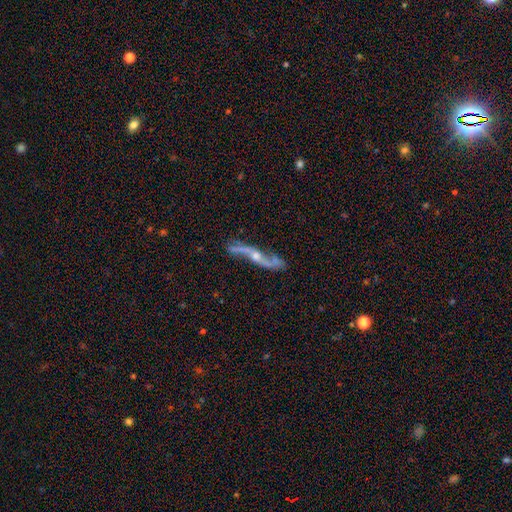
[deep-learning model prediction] smooth-or-featured: featured or disk: 86% | smooth: 8% | star or artifact: 6%
  disk-edge-on: no: 67% | yes: 33%
    bar: no: 58% | weak: 28% | strong: 14%
    has-spiral-arms: yes: 93% | no: 7%
      spiral-winding: loose: 87% | medium: 9% | tight: 4%
      spiral-arm-count: 2: 92% | can't tell: 2% | 1: 2% | 3: 1% | 4: 1% | more than 4: 1%
    bulge-size: moderate: 47% | small: 43% | none: 5% | large: 3% | dominant: 1%
  merging: none: 68% | minor disturbance: 19% | major disturbance: 9% | merger: 4%